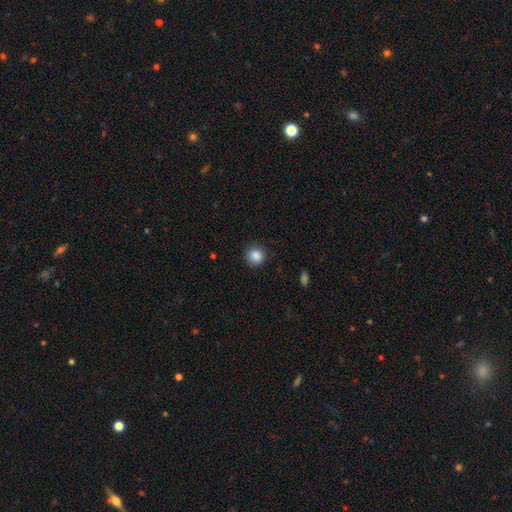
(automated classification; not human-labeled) Morphology: type=smooth (87%); roundness=round (89%); merging=none (86%).